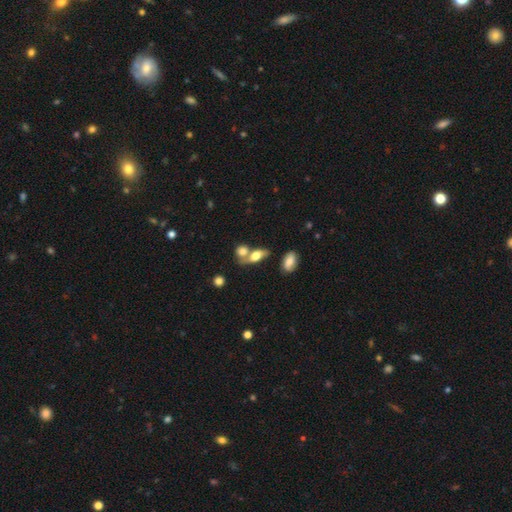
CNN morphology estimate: smooth-or-featured: smooth: 67% | featured or disk: 24% | star or artifact: 9%
  how-rounded: in between: 71% | round: 18% | cigar-shaped: 11%
  merging: merger: 49% | none: 34% | minor disturbance: 11% | major disturbance: 6%